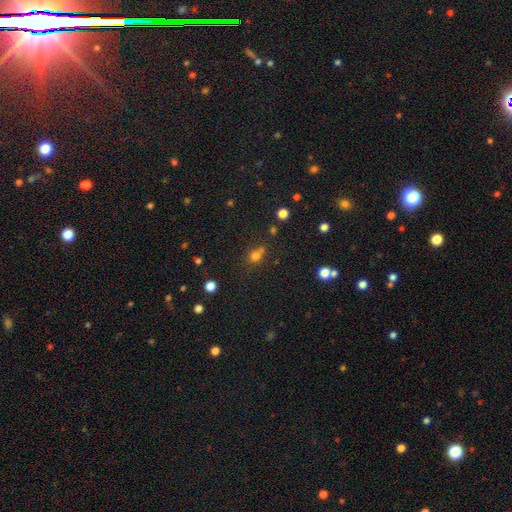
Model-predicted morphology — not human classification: type=smooth (70%); roundness=round (76%); merging=none (49%).